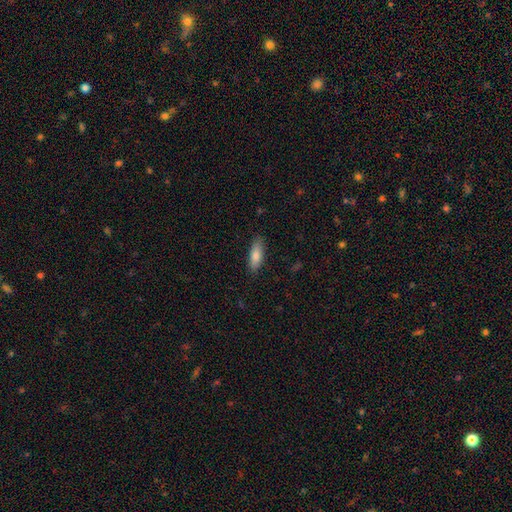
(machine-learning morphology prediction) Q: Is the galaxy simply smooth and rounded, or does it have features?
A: smooth — 80%.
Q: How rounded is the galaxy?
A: in between — 60%.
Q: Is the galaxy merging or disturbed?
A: none — 86%.